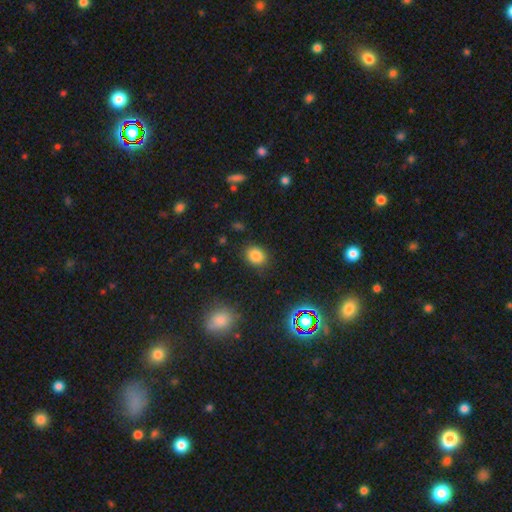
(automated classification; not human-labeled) This appears to be a smooth galaxy with no disk features (83%) that is in between round and cigar-shaped (54%). Merging: none (83%).